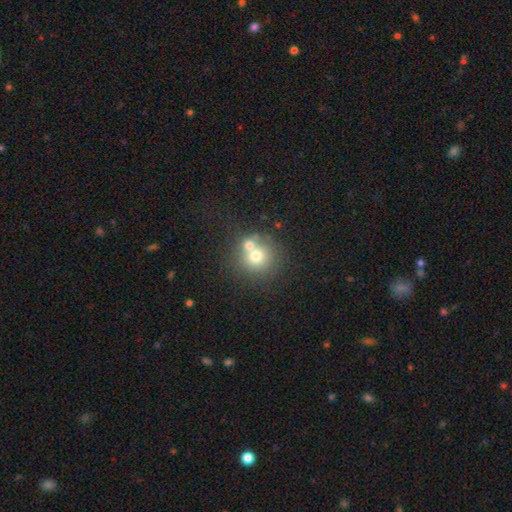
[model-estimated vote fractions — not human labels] This is likely a smooth galaxy (69%). How rounded: clearly round (87%). Merging: possibly none (48%).